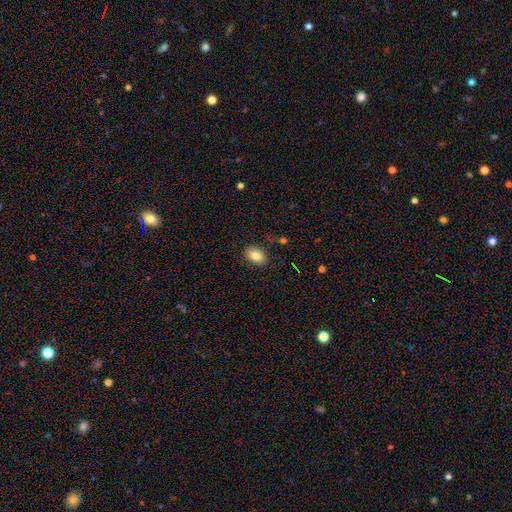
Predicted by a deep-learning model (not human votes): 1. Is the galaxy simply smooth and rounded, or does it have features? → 83% smooth, 9% featured or disk, 8% star or artifact.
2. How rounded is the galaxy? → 80% in between, 19% round, 1% cigar-shaped.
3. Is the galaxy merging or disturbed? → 86% none, 10% minor disturbance, 3% major disturbance, 2% merger.